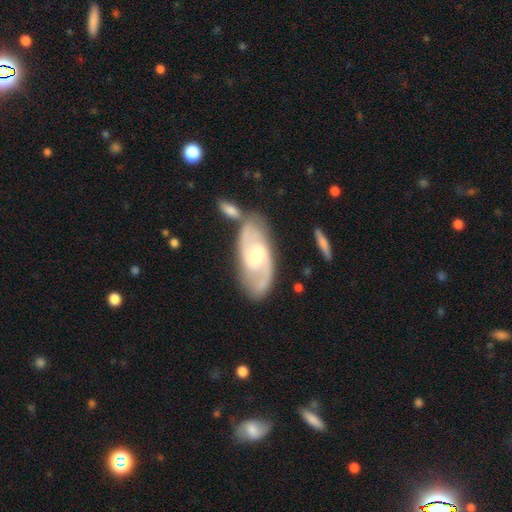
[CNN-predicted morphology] The model was most divided on "bar": weak: 45%, no: 44%, strong: 11%. Remaining: spiral arms — yes (94%); edge-on disk — no (93%); spiral arm count — 2 (82%); smooth or featured — featured or disk (81%); merging — none (64%); bulge size — moderate (55%); spiral winding — medium (48%).